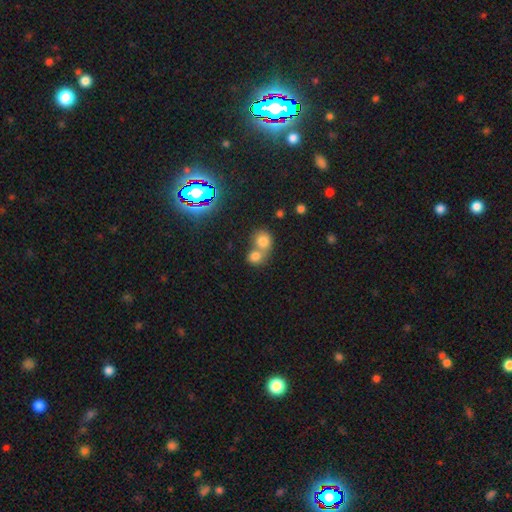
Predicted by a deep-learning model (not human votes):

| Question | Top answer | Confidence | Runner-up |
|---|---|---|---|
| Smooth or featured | smooth | 75% | star or artifact (13%) |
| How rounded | round | 72% | in between (27%) |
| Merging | merger | 63% | none (29%) |